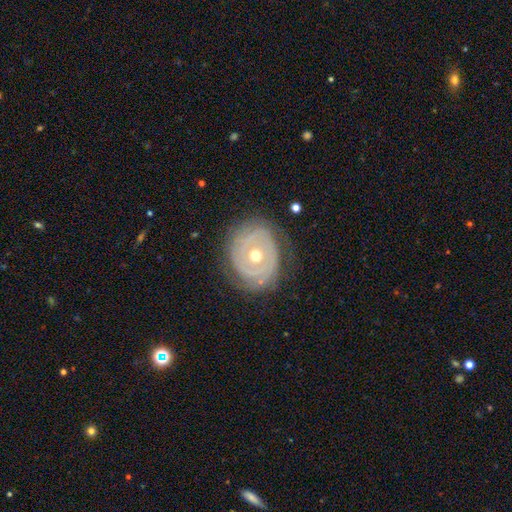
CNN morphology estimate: smooth_or_featured: featured or disk (p=0.78) [alt: smooth p=0.16]
disk_edge_on: no (p=0.96) [alt: yes p=0.04]
bar: no (p=0.84) [alt: weak p=0.12]
has_spiral_arms: yes (p=0.72) [alt: no p=0.28]
spiral_winding: tight (p=0.75) [alt: medium p=0.17]
spiral_arm_count: can't tell (p=0.39) [alt: 2 p=0.31]
bulge_size: moderate (p=0.69) [alt: small p=0.27]
merging: none (p=0.71) [alt: minor disturbance p=0.19]